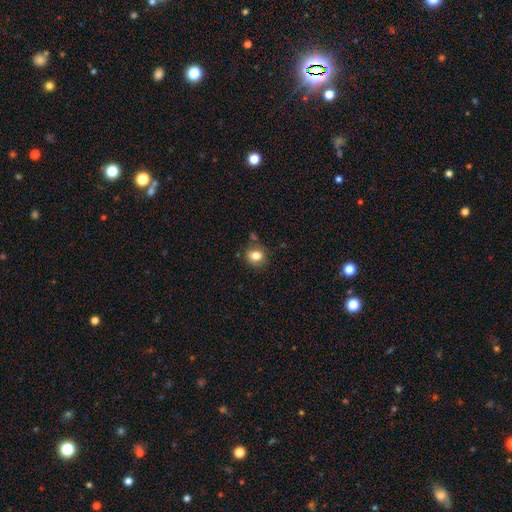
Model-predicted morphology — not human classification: Smooth or featured? smooth (81%)
How rounded? round (75%)
Merging? none (76%)